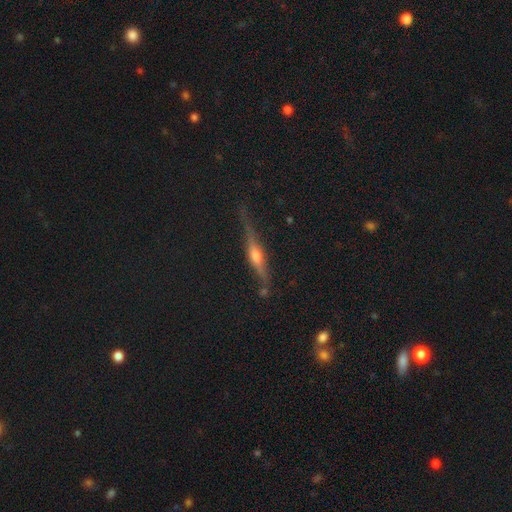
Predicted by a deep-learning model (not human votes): This is likely a featured or disk galaxy (68%). It is clearly viewed edge-on (94%). Edge-on bulge: clearly rounded (83%). Merging: likely none (76%).